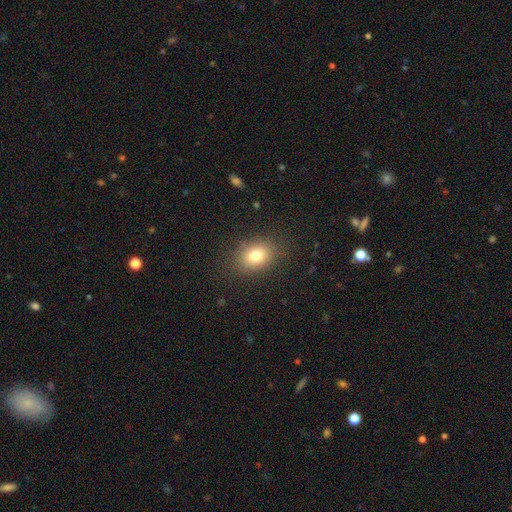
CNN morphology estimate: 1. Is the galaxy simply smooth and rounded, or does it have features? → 78% smooth, 12% star or artifact, 11% featured or disk.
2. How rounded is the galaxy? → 64% in between, 35% round, 1% cigar-shaped.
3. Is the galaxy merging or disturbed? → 85% none, 10% minor disturbance, 4% major disturbance, 1% merger.